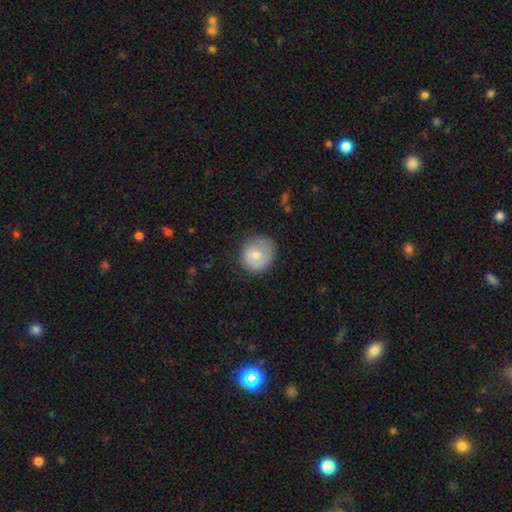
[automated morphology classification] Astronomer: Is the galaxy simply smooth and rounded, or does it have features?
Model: smooth — 67%.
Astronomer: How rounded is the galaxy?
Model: round — 81%.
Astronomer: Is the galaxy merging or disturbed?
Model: none — 63%.